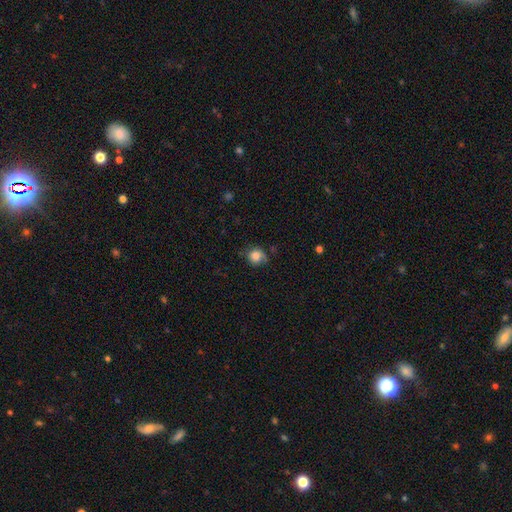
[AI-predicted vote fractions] A smooth galaxy with no disk features (82%) that is round (84%).

Vote fractions:
- Smooth or featured? smooth: 82% / star or artifact: 10% / featured or disk: 8%
- How rounded? round: 84% / in between: 15% / cigar-shaped: 1%
- Merging? none: 60% / minor disturbance: 28% / major disturbance: 9% / merger: 3%